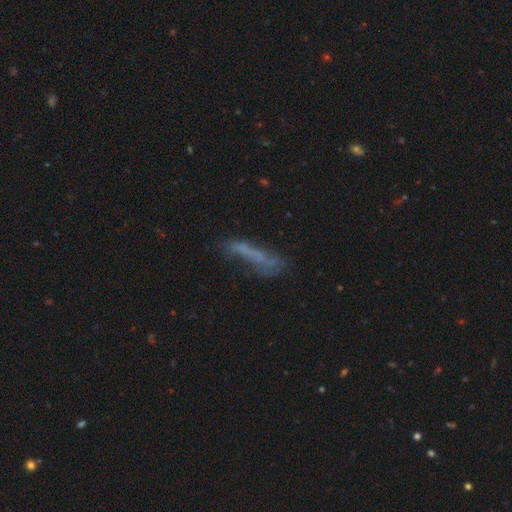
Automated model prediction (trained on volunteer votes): A smooth galaxy with no disk features (47%).

Vote fractions:
- Smooth or featured? smooth: 47% / featured or disk: 33% / star or artifact: 20%
- Merging? none: 49% / minor disturbance: 22% / major disturbance: 19% / merger: 9%